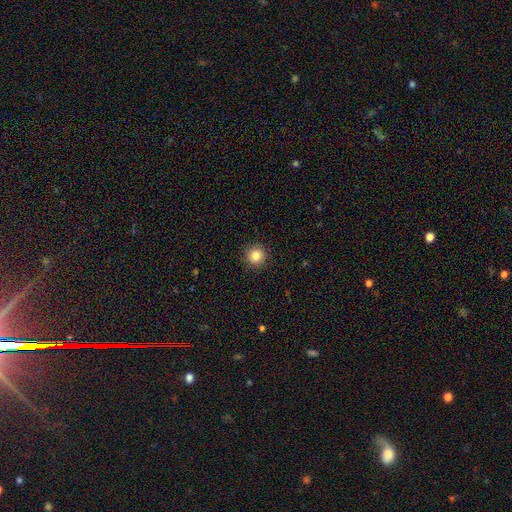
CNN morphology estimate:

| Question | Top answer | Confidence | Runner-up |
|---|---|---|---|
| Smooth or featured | smooth | 84% | star or artifact (11%) |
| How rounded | round | 95% | in between (4%) |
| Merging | none | 92% | minor disturbance (5%) |